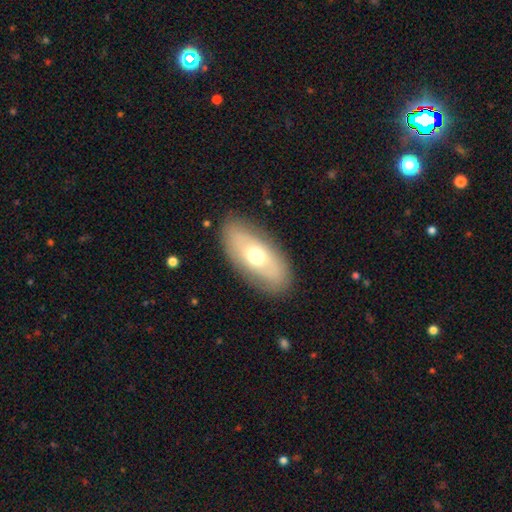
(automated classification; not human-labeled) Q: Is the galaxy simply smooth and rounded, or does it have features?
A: smooth — 57%.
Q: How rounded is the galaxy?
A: in between — 88%.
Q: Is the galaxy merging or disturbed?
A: none — 85%.